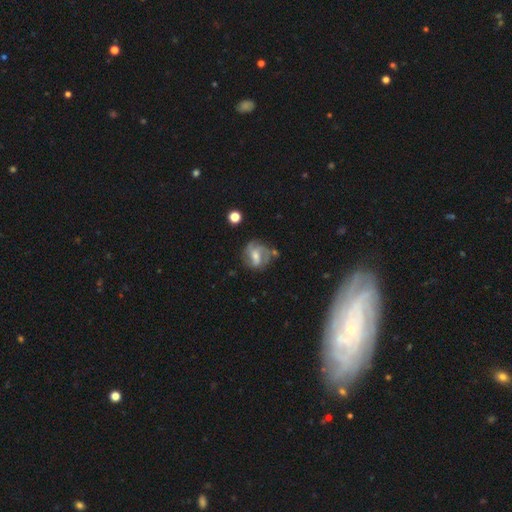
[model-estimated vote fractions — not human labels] A featured or disk galaxy (64%) with a weak bar (47%), spiral arms (79%) and a moderate central bulge (49%). Merging: none (54%).